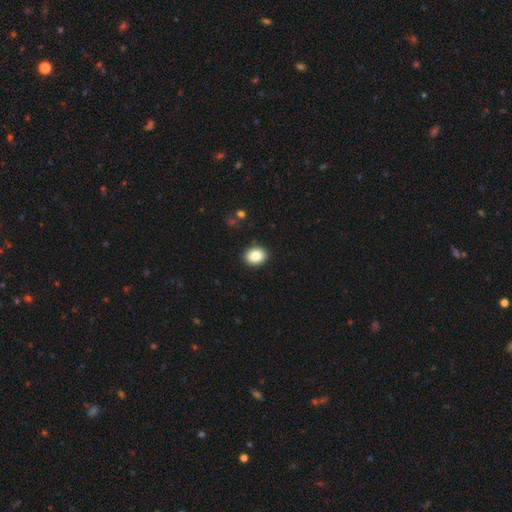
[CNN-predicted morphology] This is clearly a smooth galaxy (85%). How rounded: possibly round (50%). Merging: clearly none (90%).